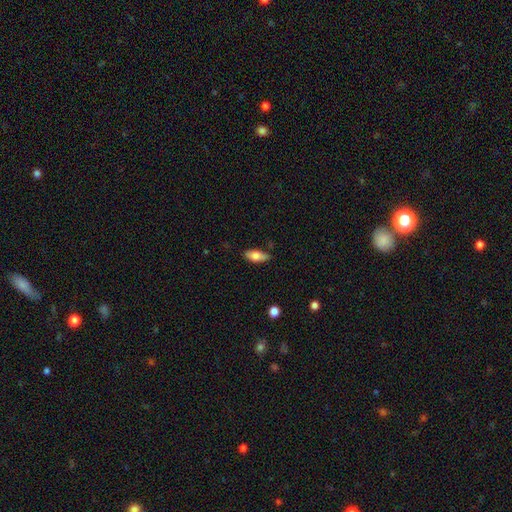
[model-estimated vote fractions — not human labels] A smooth galaxy with no disk features (76%) that is in between round and cigar-shaped (80%). Merging: none (74%).